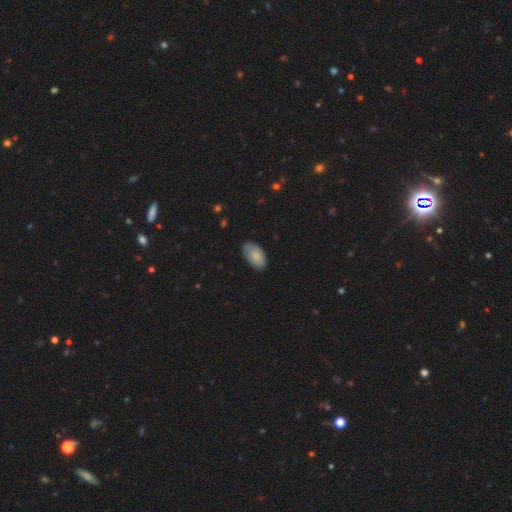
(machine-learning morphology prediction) Q: Smooth or featured?
A: smooth (76%); runner-up: featured or disk (17%)
Q: How rounded?
A: in between (95%); runner-up: round (4%)
Q: Merging?
A: none (77%); runner-up: minor disturbance (18%)